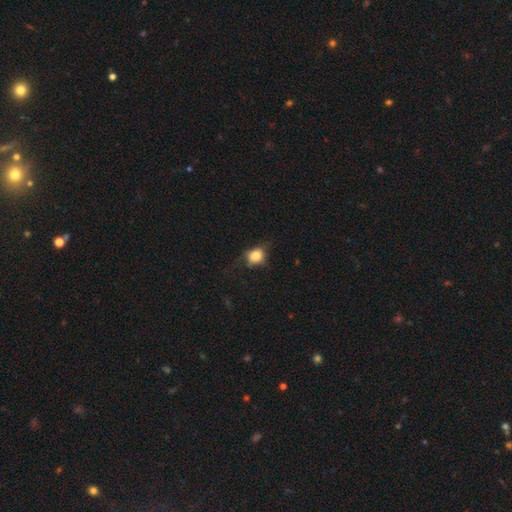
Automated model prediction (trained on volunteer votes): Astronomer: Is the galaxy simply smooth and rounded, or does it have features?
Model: smooth — 78%.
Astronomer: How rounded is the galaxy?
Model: round — 63%.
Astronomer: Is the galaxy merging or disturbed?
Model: none — 54%.